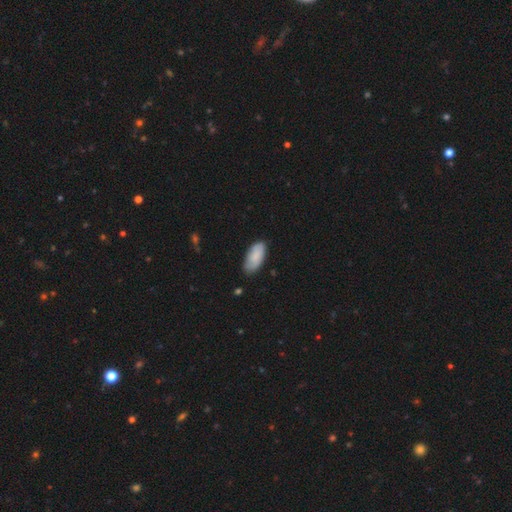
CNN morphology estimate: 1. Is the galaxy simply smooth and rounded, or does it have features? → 77% smooth, 17% featured or disk, 6% star or artifact.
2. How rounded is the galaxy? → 92% in between, 6% cigar-shaped, 2% round.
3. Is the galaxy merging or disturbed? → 74% none, 21% minor disturbance, 3% major disturbance, 2% merger.